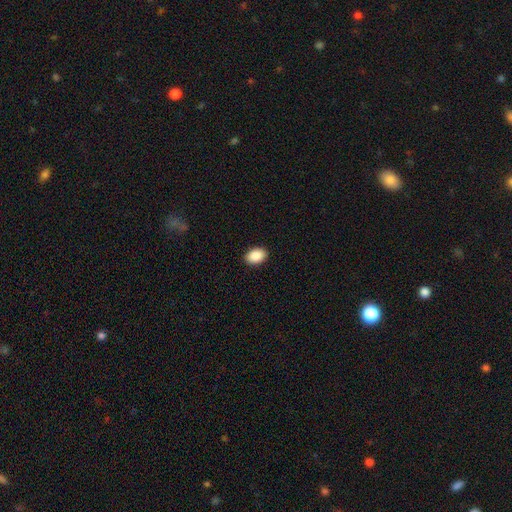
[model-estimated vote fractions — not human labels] Morphology: type=smooth (90%); roundness=in between (85%); merging=none (91%).